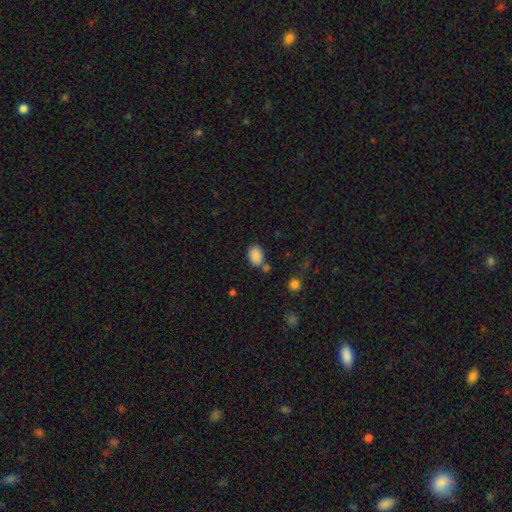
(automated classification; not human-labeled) The model was most divided on "how rounded": in between: 74%, round: 25%, cigar-shaped: 1%. More confident: smooth or featured — smooth (87%); merging — none (69%).